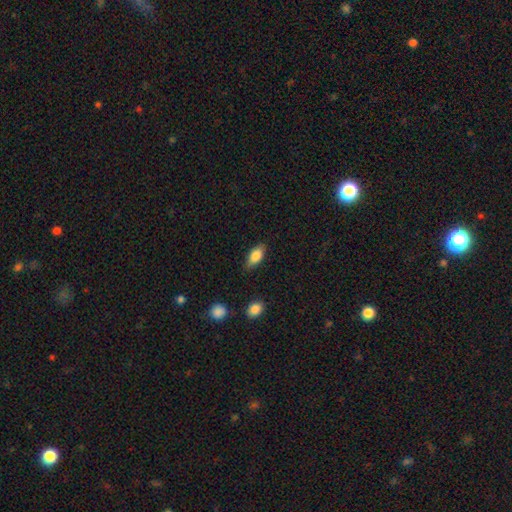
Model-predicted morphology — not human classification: This appears to be a smooth galaxy with no disk features (83%) that is in between round and cigar-shaped (88%). Merging: none (82%).